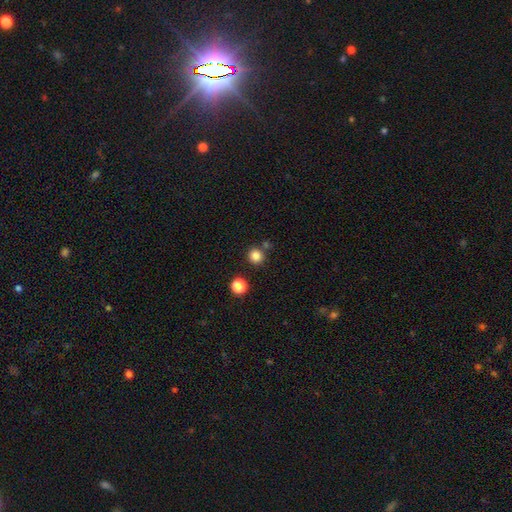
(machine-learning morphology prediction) smooth-or-featured: smooth: 83% | star or artifact: 13% | featured or disk: 4%
  how-rounded: round: 94% | in between: 5% | cigar-shaped: 1%
  merging: none: 82% | merger: 9% | minor disturbance: 7% | major disturbance: 3%